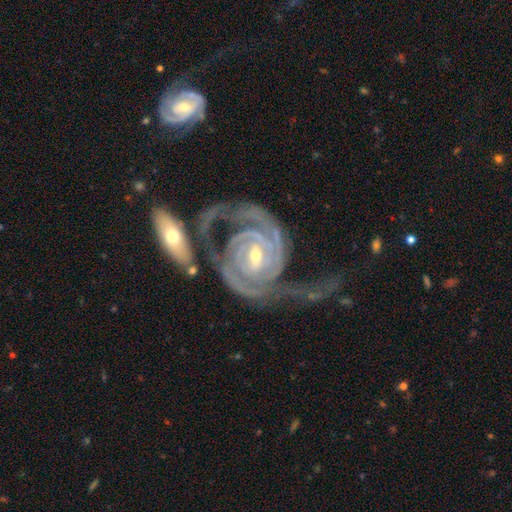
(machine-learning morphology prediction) Smooth or featured? featured or disk (93%)
Edge-on disk? no (97%)
Bar? weak (43%)
Spiral arms? yes (98%)
Spiral winding? tight (66%)
Spiral arm count? 2 (59%)
Bulge size? small (53%)
Merging? none (36%)